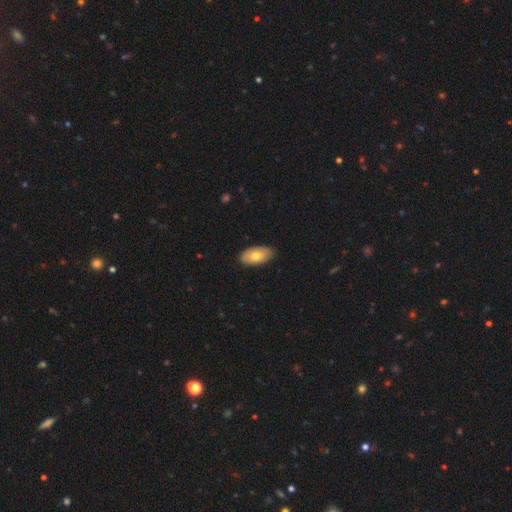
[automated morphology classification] The model was most divided on "smooth or featured": smooth: 74%, featured or disk: 20%, star or artifact: 6%. More confident: how rounded — in between (94%); merging — none (85%).